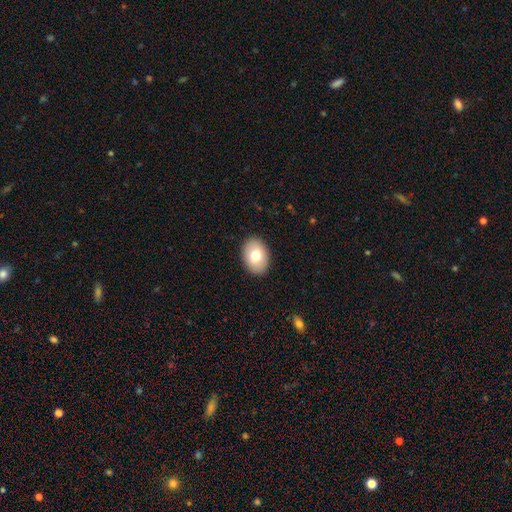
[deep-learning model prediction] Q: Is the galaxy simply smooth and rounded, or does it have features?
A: smooth — 76%.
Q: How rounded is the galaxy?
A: in between — 76%.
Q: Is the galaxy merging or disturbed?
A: none — 90%.